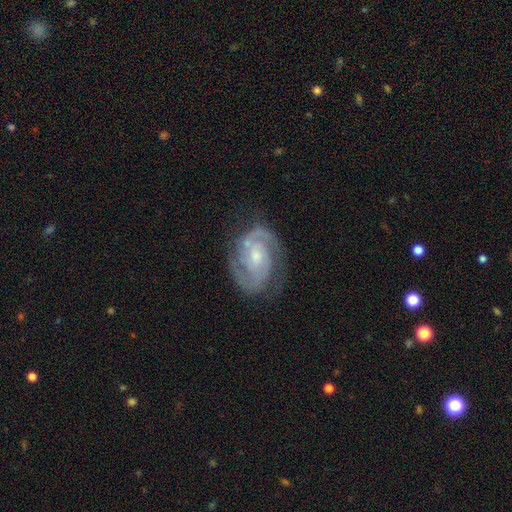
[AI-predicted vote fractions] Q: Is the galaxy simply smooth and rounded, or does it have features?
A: featured or disk — 90%.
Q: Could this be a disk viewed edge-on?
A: no — 98%.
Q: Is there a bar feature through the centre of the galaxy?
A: no — 54%.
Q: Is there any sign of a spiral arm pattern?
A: yes — 98%.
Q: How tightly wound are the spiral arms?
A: tight — 53%.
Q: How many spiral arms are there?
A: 2 — 83%.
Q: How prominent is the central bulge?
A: moderate — 47%.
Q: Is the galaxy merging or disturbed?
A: none — 75%.